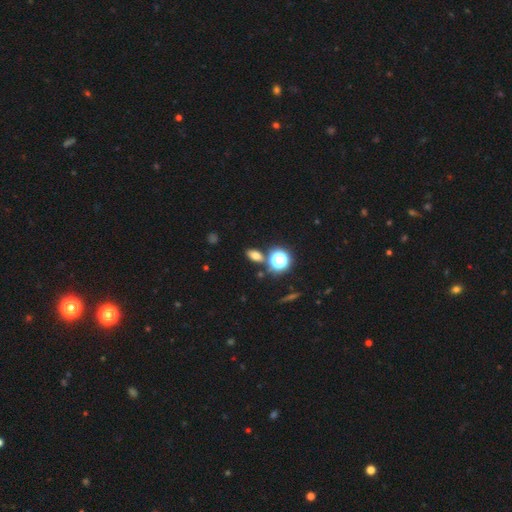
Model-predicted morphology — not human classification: smooth_or_featured: smooth (p=0.67) [alt: star or artifact p=0.21]
how_rounded: in between (p=0.75) [alt: round p=0.20]
merging: none (p=0.80) [alt: minor disturbance p=0.09]